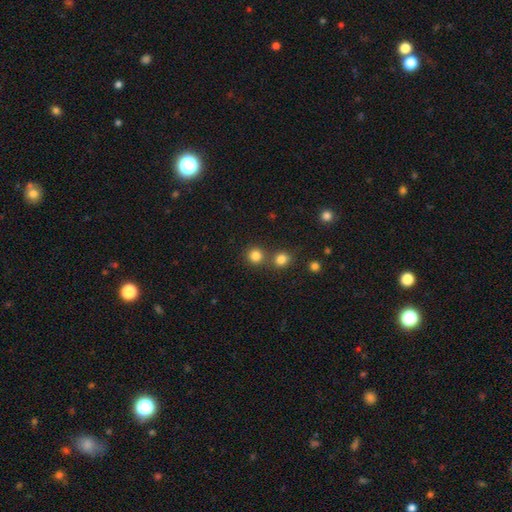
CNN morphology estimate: Smooth or featured?
  - smooth: 82% *
  - star or artifact: 13%
  - featured or disk: 5%
How rounded?
  - round: 91% *
  - in between: 8%
  - cigar-shaped: 1%
Merging?
  - none: 70% *
  - merger: 22%
  - minor disturbance: 6%
  - major disturbance: 2%